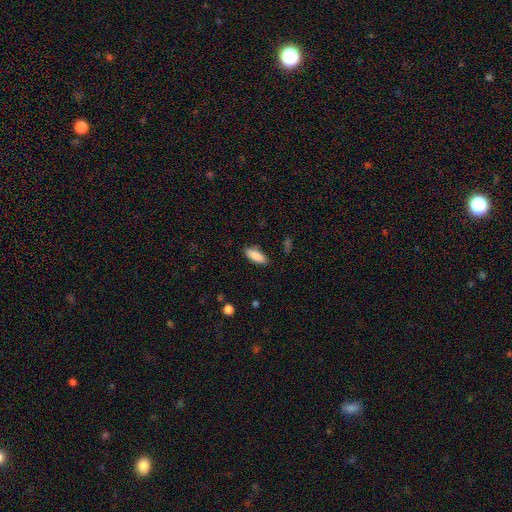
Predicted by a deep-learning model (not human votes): A smooth galaxy with no disk features (87%) that is in between round and cigar-shaped (72%).

Vote fractions:
- Smooth or featured? smooth: 87% / featured or disk: 7% / star or artifact: 6%
- How rounded? in between: 72% / cigar-shaped: 27% / round: 2%
- Merging? none: 84% / minor disturbance: 12% / major disturbance: 3% / merger: 2%